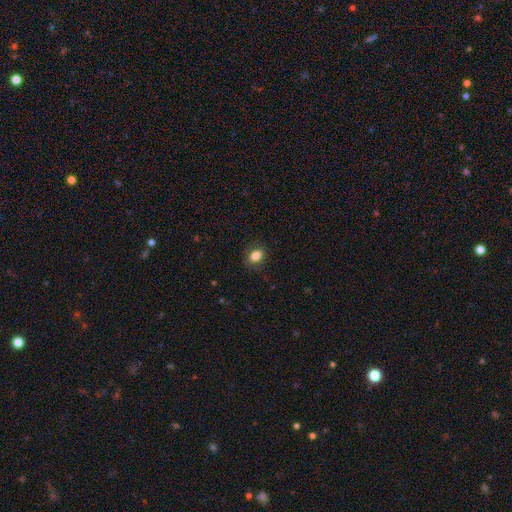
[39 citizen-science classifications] Morphology: type=smooth (79%); roundness=in between (55%); merging=none (89%).